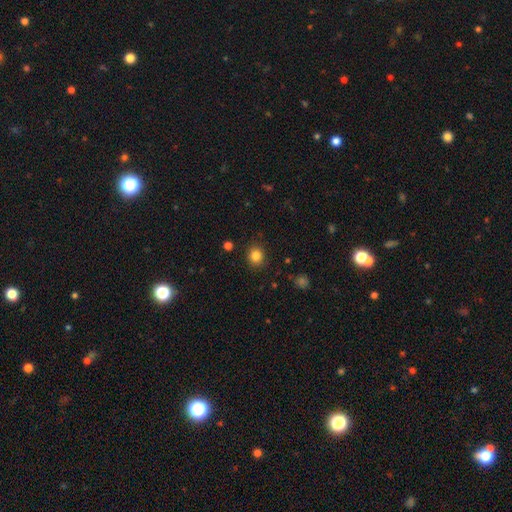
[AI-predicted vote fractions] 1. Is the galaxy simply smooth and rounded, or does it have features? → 83% smooth, 12% star or artifact, 5% featured or disk.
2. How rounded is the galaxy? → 82% round, 17% in between, 1% cigar-shaped.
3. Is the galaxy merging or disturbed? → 88% none, 8% minor disturbance, 3% major disturbance, 1% merger.